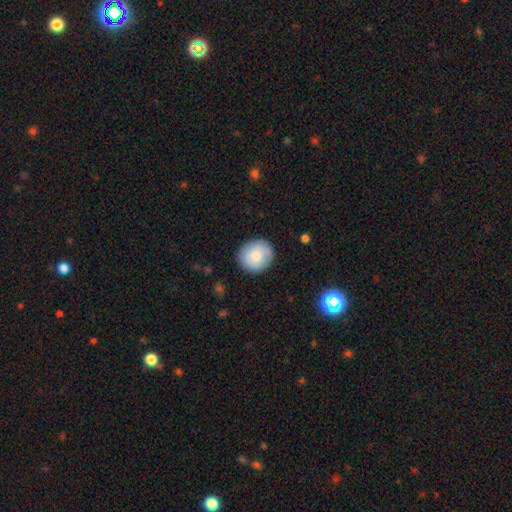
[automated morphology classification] Overall: smooth (82%). How rounded: round (81%). Merging: none (86%).